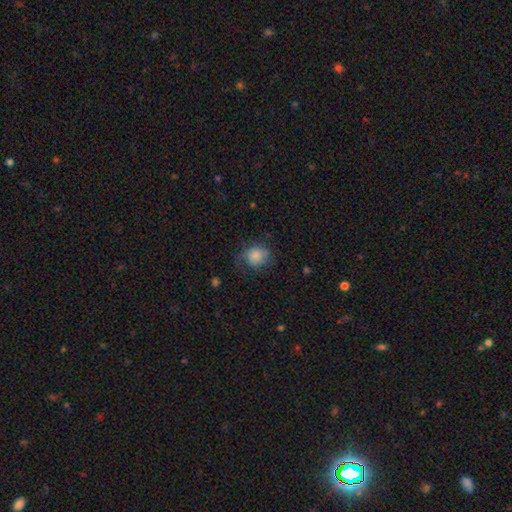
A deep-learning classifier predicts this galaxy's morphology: smooth_or_featured: smooth (p=0.80) [alt: featured or disk p=0.11]
how_rounded: round (p=0.77) [alt: in between p=0.22]
merging: none (p=0.60) [alt: minor disturbance p=0.26]